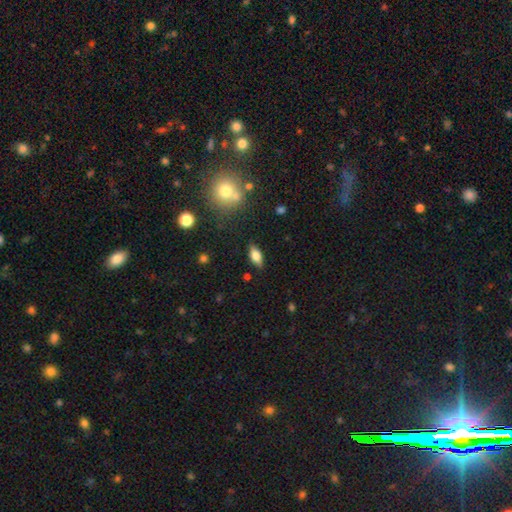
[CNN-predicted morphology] Smooth or featured? Predicted: smooth (p=0.70). How rounded? Predicted: in between (p=0.83). Merging? Predicted: none (p=0.84).